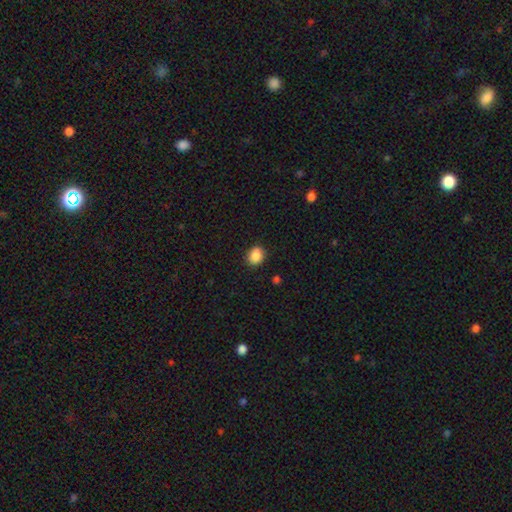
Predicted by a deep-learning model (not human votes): smooth_or_featured: smooth (p=0.88) [alt: star or artifact p=0.09]
how_rounded: in between (p=0.51) [alt: round p=0.48]
merging: none (p=0.84) [alt: minor disturbance p=0.12]